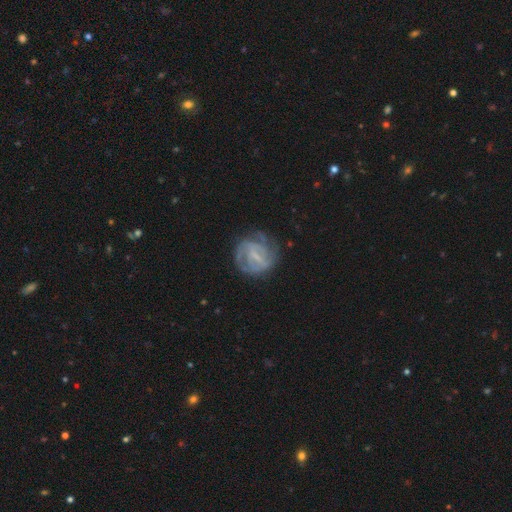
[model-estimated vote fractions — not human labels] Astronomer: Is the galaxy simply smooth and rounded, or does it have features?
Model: featured or disk — 78%.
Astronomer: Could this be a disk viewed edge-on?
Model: no — 97%.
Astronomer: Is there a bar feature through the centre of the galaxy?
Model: weak — 49% (runner-up: strong, 34%).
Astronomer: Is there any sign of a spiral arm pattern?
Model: yes — 87%.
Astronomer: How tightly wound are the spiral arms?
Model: tight — 57% (runner-up: medium, 33%).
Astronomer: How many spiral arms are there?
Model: can't tell — 37% (runner-up: 2, 27%).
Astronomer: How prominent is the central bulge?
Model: small — 45% (runner-up: none, 36%).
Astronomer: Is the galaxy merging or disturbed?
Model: none — 68%.